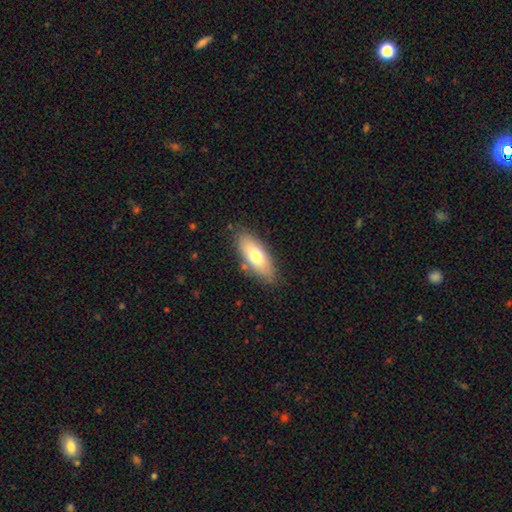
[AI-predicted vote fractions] This appears to be a smooth galaxy with no disk features (69%) that is in between round and cigar-shaped (79%). Merging: none (81%).